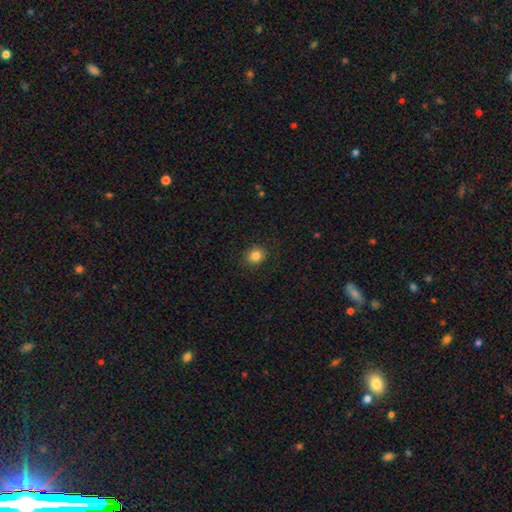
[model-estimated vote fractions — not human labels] smooth 84%, star or artifact 11%, featured or disk 5%. Down the decision tree: how rounded — round (71%); merging — none (89%).